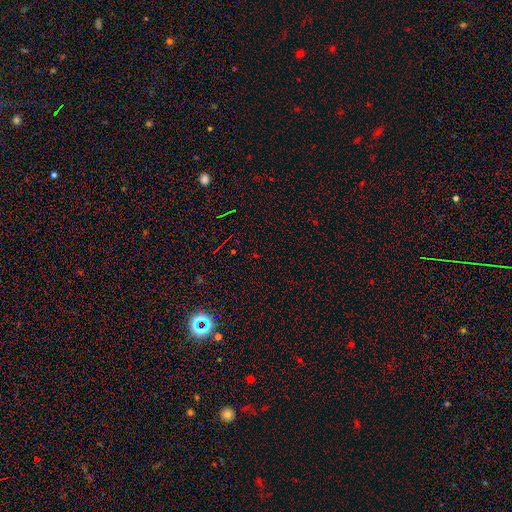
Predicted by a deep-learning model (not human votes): Smooth or featured: star or artifact — 72% (smooth — 19%)